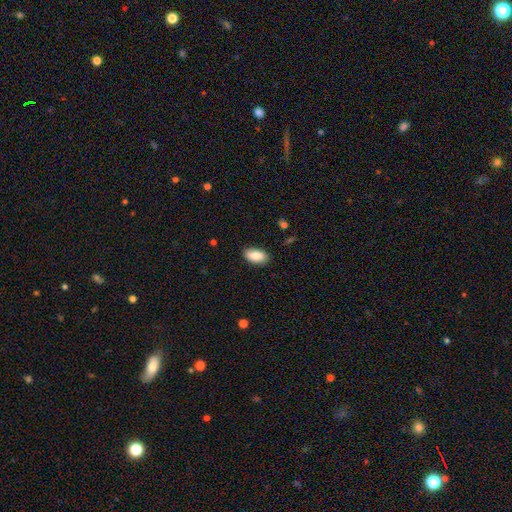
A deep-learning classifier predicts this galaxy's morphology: smooth_or_featured: smooth (p=0.87) [alt: star or artifact p=0.07]
how_rounded: in between (p=0.93) [alt: cigar-shaped p=0.04]
merging: none (p=0.87) [alt: minor disturbance p=0.10]